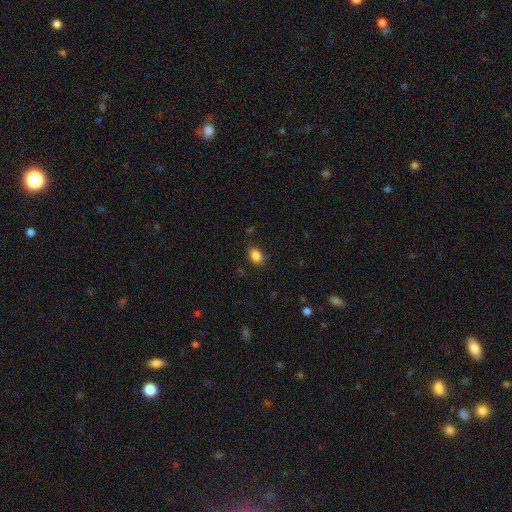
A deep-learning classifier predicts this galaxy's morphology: Smooth or featured? smooth (85%)
How rounded? in between (66%)
Merging? none (81%)